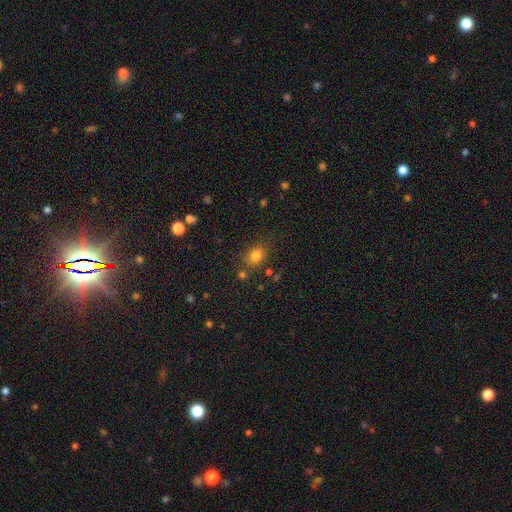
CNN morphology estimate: type=smooth (79%); roundness=round (54%); merging=none (75%).